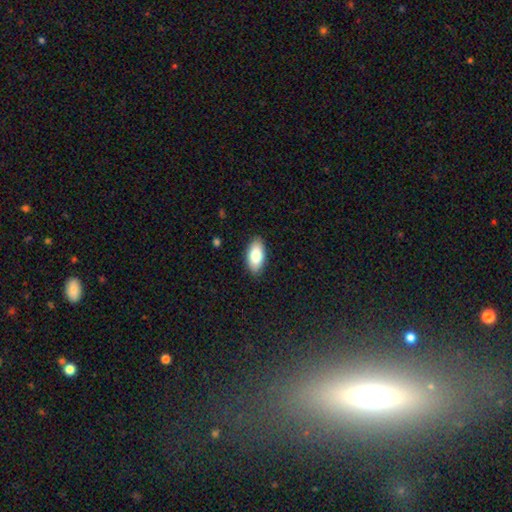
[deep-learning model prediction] Smooth or featured? smooth (82%)
How rounded? in between (93%)
Merging? none (88%)